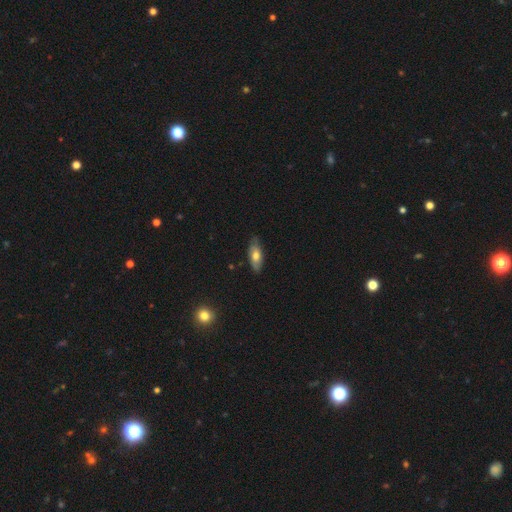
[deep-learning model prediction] Smooth or featured: smooth — 65% (featured or disk — 28%)
How rounded: in between — 74% (cigar-shaped — 23%)
Merging: none — 79% (minor disturbance — 17%)